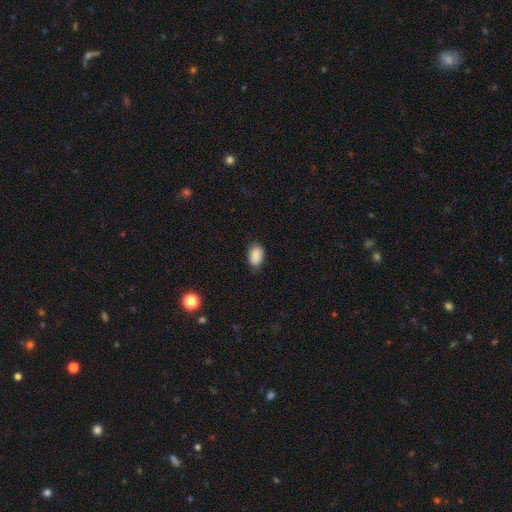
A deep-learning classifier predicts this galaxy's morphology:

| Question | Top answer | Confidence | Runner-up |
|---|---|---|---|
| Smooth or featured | smooth | 88% | star or artifact (8%) |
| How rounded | in between | 88% | round (11%) |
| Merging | none | 80% | minor disturbance (16%) |